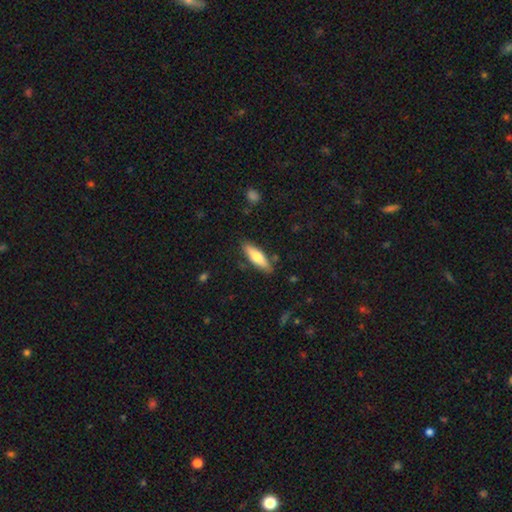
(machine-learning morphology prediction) smooth_or_featured: smooth (p=0.66) [alt: featured or disk p=0.29]
how_rounded: cigar-shaped (p=0.57) [alt: in between p=0.41]
merging: none (p=0.84) [alt: minor disturbance p=0.11]